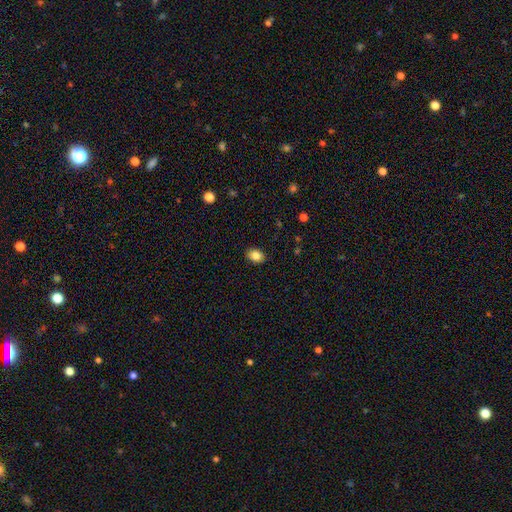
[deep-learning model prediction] Smooth or featured? smooth (84%)
How rounded? in between (67%)
Merging? none (89%)